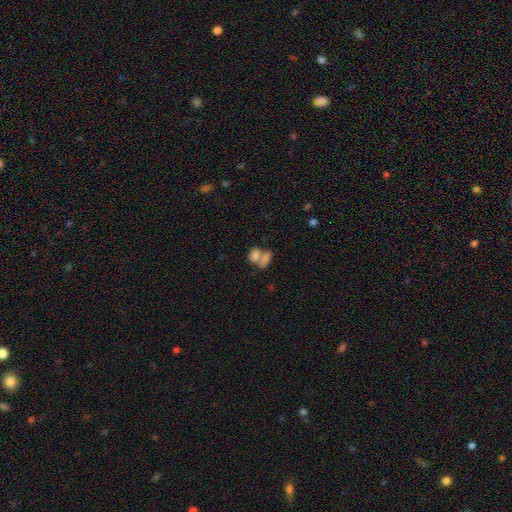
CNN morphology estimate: Smooth or featured? smooth (78%)
How rounded? in between (79%)
Merging? merger (63%)